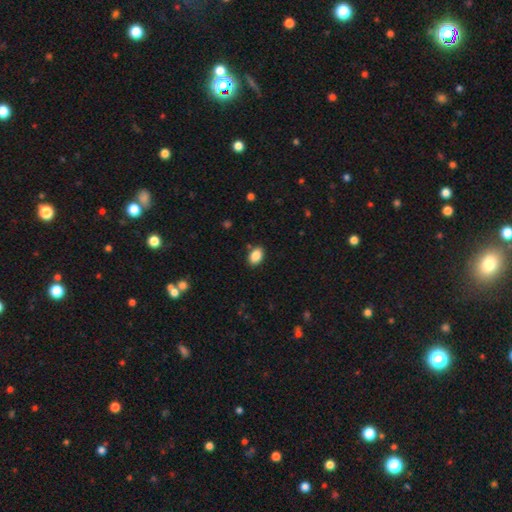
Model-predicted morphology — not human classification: The model was most divided on "how rounded": in between: 86%, round: 13%, cigar-shaped: 1%. More confident: smooth or featured — smooth (88%); merging — none (86%).